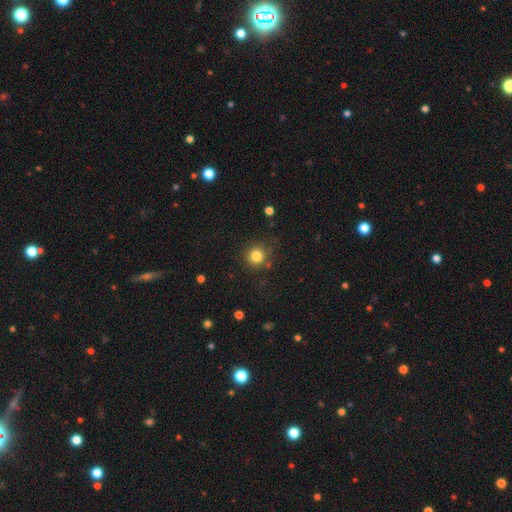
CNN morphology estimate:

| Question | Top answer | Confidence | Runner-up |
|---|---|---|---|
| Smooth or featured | smooth | 82% | star or artifact (12%) |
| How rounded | round | 91% | in between (8%) |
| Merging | none | 80% | minor disturbance (12%) |